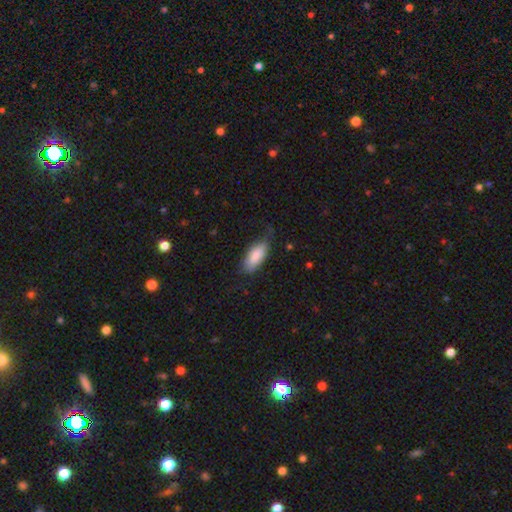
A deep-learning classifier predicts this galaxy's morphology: Smooth or featured? Predicted: smooth (p=0.84). How rounded? Predicted: in between (p=0.88). Merging? Predicted: none (p=0.60).